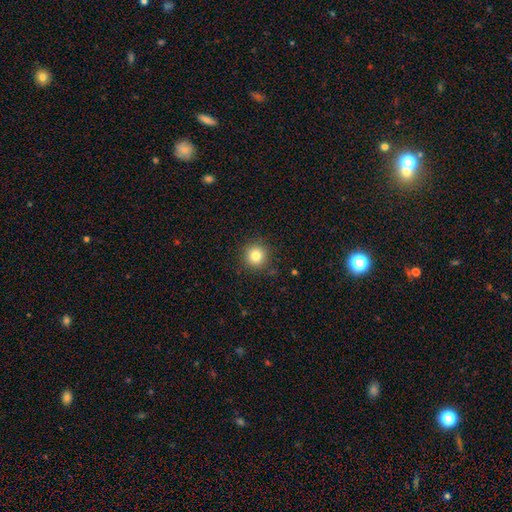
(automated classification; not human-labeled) Smooth or featured? Predicted: smooth (p=0.82). How rounded? Predicted: round (p=0.94). Merging? Predicted: none (p=0.89).